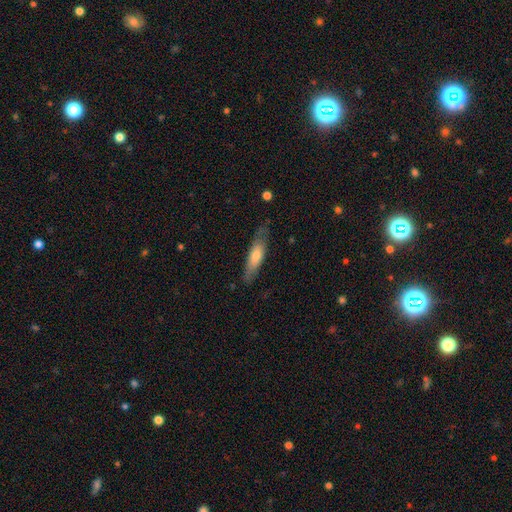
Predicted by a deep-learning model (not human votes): Smooth or featured?
  - smooth: 60% *
  - featured or disk: 35%
  - star or artifact: 6%
How rounded?
  - cigar-shaped: 67% *
  - in between: 31%
  - round: 2%
Merging?
  - none: 74% *
  - minor disturbance: 19%
  - major disturbance: 5%
  - merger: 2%